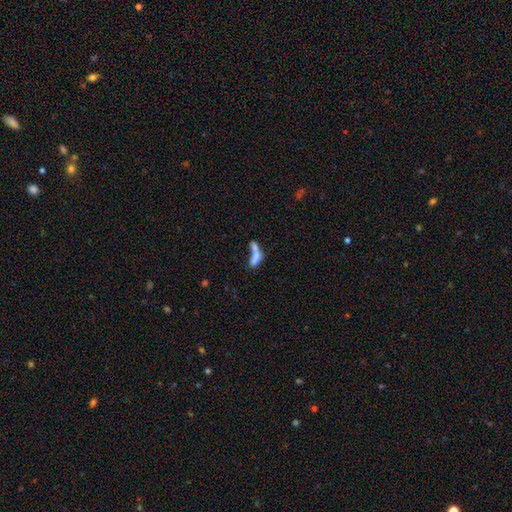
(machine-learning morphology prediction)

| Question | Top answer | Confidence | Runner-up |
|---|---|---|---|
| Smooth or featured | smooth | 64% | featured or disk (24%) |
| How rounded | in between | 56% | cigar-shaped (38%) |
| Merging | merger | 61% | none (19%) |